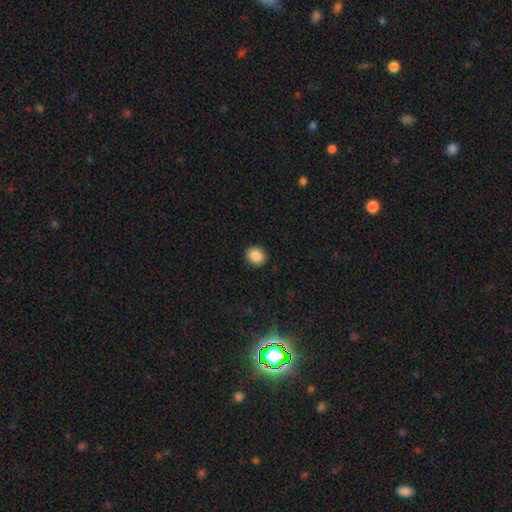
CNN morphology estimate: This is clearly a smooth galaxy (88%). How rounded: likely round (66%). Merging: clearly none (90%).